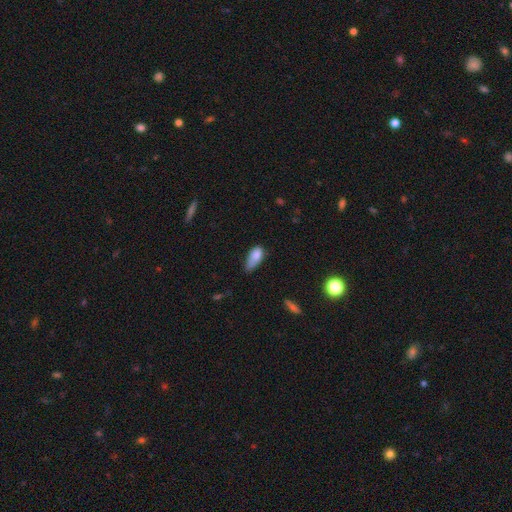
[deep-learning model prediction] Smooth or featured: smooth — 80% (featured or disk — 12%)
How rounded: in between — 86% (cigar-shaped — 10%)
Merging: minor disturbance — 47% (none — 31%)